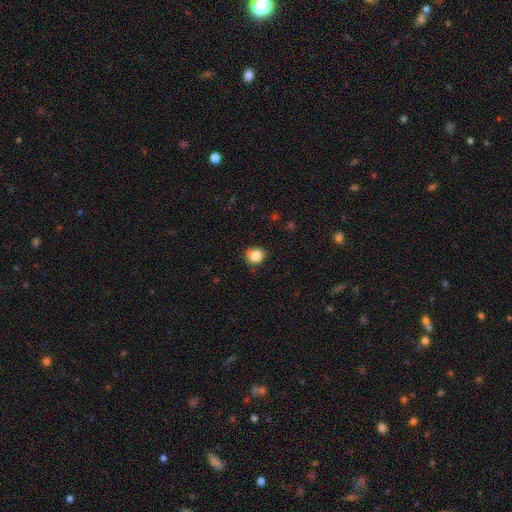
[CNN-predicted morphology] This appears to be a smooth galaxy with no disk features (84%) that is round (81%). Merging: none (77%).